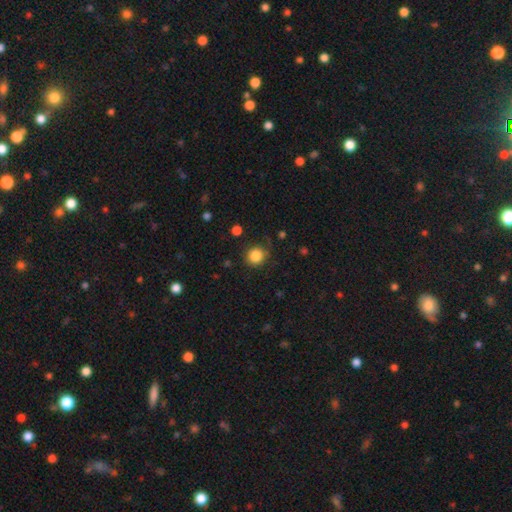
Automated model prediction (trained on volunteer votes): This appears to be a smooth galaxy with no disk features (85%) that is round (90%). Merging: none (82%).